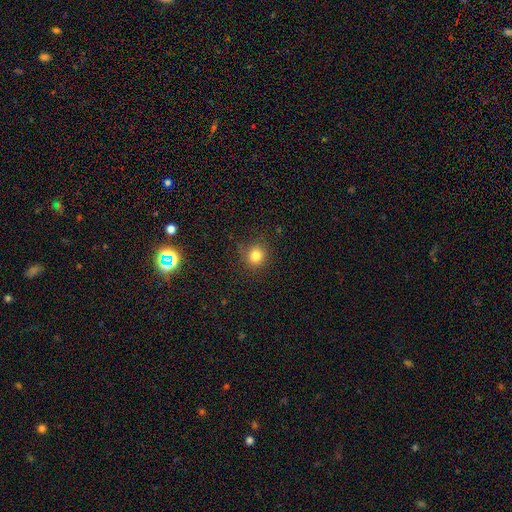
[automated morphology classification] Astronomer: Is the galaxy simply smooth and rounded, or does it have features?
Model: smooth — 81%.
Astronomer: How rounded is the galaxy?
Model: round — 90%.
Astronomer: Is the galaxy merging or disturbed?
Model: none — 82%.